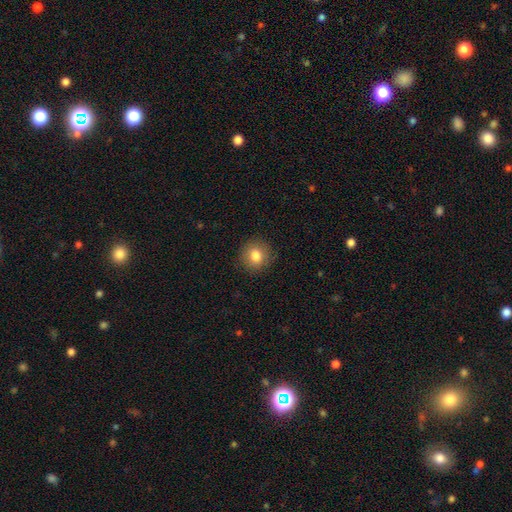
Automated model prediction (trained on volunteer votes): The model was most divided on "smooth or featured": smooth: 82%, star or artifact: 10%, featured or disk: 8%. More confident: merging — none (90%); how rounded — round (89%).